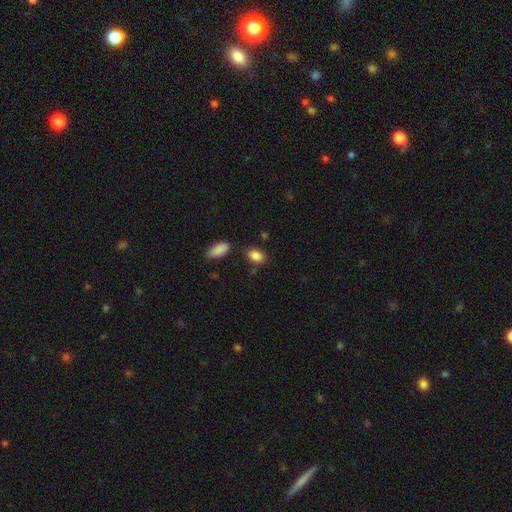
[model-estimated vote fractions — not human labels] A smooth galaxy with no disk features (87%) that is in between round and cigar-shaped (85%).

Vote fractions:
- Smooth or featured? smooth: 87% / star or artifact: 8% / featured or disk: 5%
- How rounded? in between: 85% / round: 13% / cigar-shaped: 2%
- Merging? none: 78% / minor disturbance: 13% / merger: 6% / major disturbance: 3%